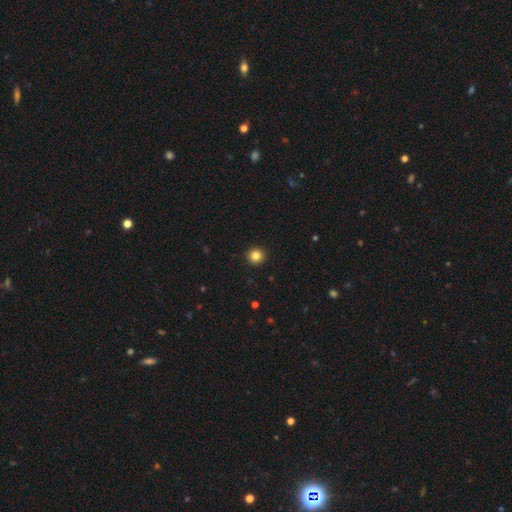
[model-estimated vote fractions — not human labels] Smooth or featured? smooth (84%)
How rounded? round (95%)
Merging? none (94%)